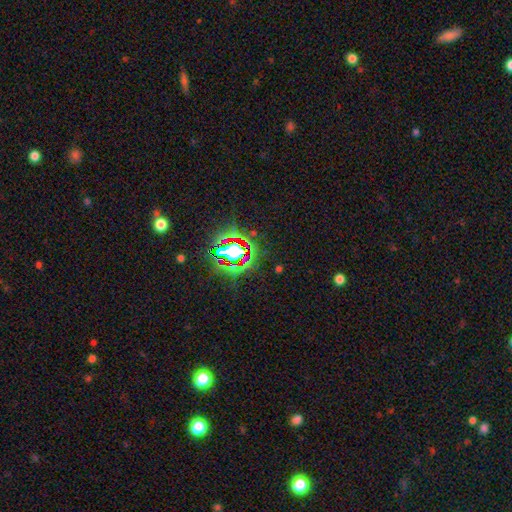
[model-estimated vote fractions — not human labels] This appears to be a star or artifact, not a galaxy (81%).